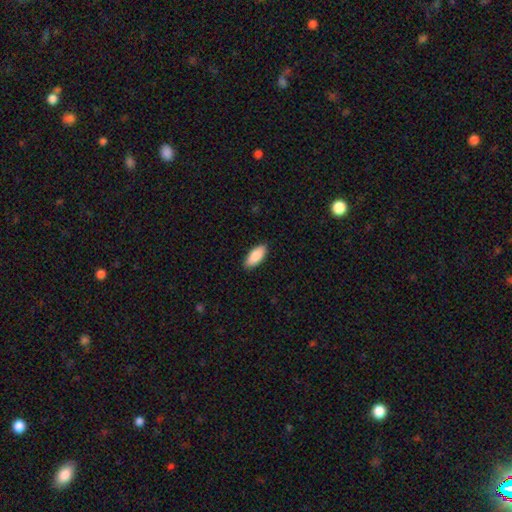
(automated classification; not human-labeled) Smooth or featured? smooth (88%)
How rounded? in between (84%)
Merging? none (87%)